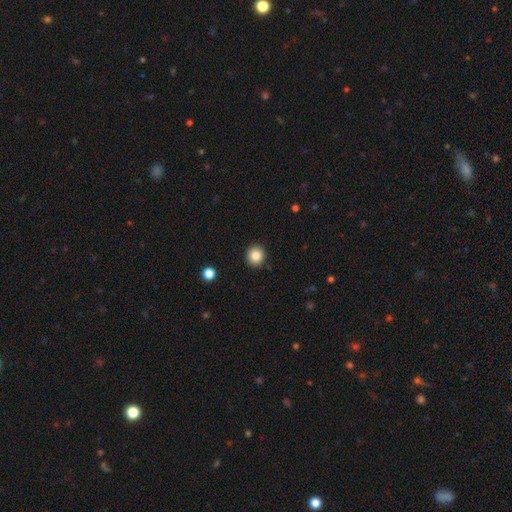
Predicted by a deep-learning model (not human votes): Q: Smooth or featured?
A: smooth (85%); runner-up: star or artifact (10%)
Q: How rounded?
A: round (91%); runner-up: in between (8%)
Q: Merging?
A: none (91%); runner-up: minor disturbance (6%)